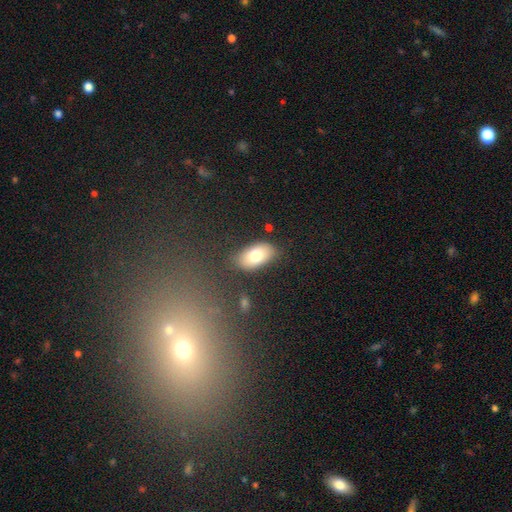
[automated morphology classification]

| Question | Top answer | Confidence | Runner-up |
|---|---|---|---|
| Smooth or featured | smooth | 78% | featured or disk (15%) |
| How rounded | in between | 93% | round (5%) |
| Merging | none | 81% | minor disturbance (12%) |